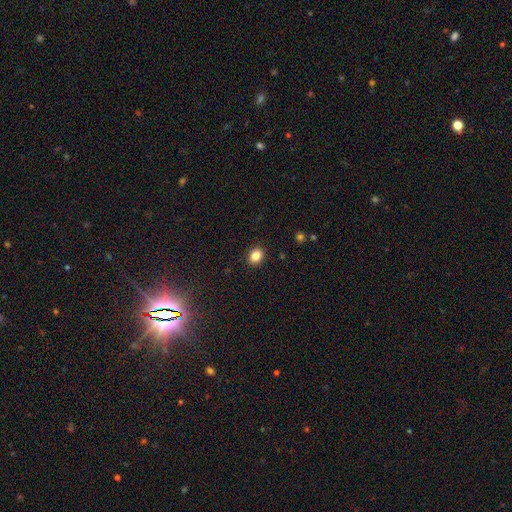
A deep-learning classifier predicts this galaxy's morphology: Smooth or featured? smooth (85%)
How rounded? in between (53%)
Merging? none (90%)